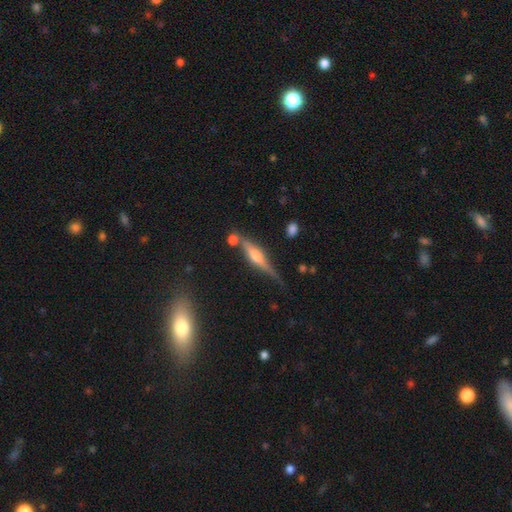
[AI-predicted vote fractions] Smooth or featured?
  - featured or disk: 70% *
  - smooth: 22%
  - star or artifact: 8%
Edge-on disk?
  - yes: 96% *
  - no: 4%
Edge-on bulge?
  - rounded: 79% *
  - boxy: 14%
  - none: 6%
Merging?
  - none: 73% *
  - minor disturbance: 15%
  - merger: 8%
  - major disturbance: 4%